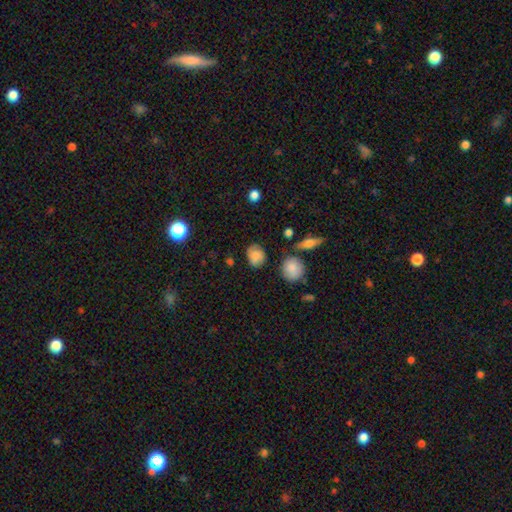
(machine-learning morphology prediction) A smooth galaxy with no disk features (76%) that is round (50%). Merging: none (70%).